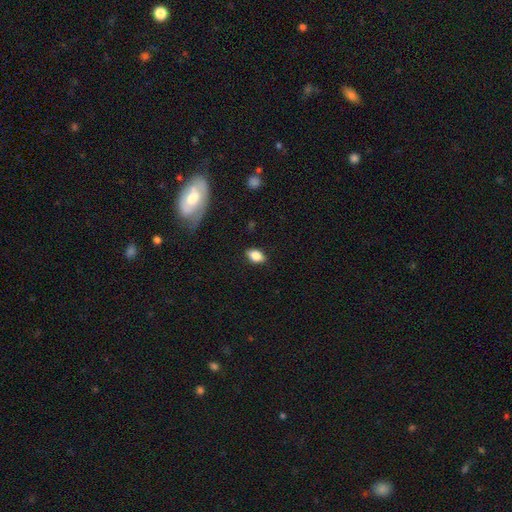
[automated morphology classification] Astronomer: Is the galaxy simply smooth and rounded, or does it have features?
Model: smooth — 80%.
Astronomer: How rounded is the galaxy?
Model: in between — 86%.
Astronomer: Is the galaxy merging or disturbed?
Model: none — 84%.